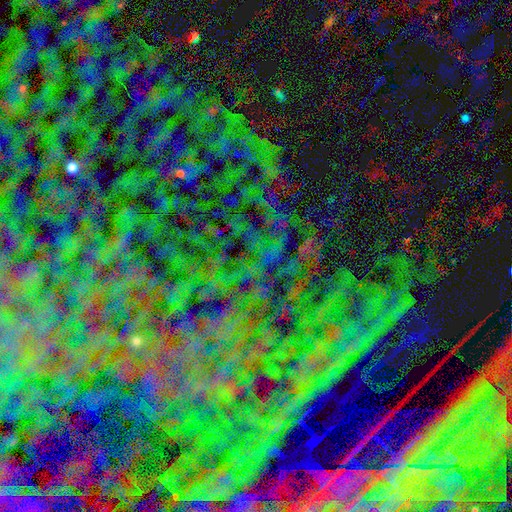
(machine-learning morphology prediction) smooth-or-featured: star or artifact: 84% | featured or disk: 9% | smooth: 8%